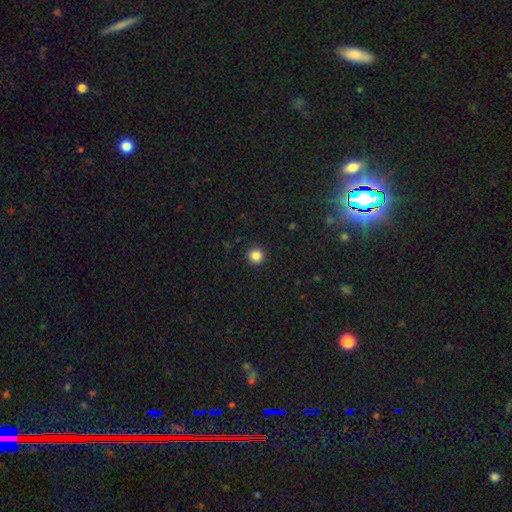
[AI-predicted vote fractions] Morphology: type=smooth (85%); roundness=round (94%); merging=none (91%).